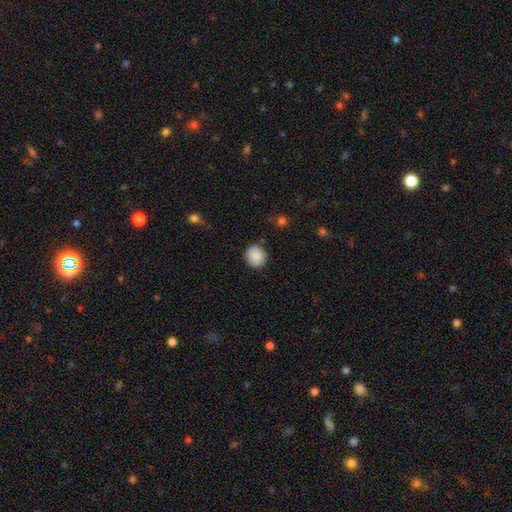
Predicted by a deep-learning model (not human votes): A smooth galaxy with no disk features (88%) that is round (89%).

Vote fractions:
- Smooth or featured? smooth: 88% / star or artifact: 8% / featured or disk: 4%
- How rounded? round: 89% / in between: 10% / cigar-shaped: 1%
- Merging? none: 86% / minor disturbance: 10% / major disturbance: 2% / merger: 1%